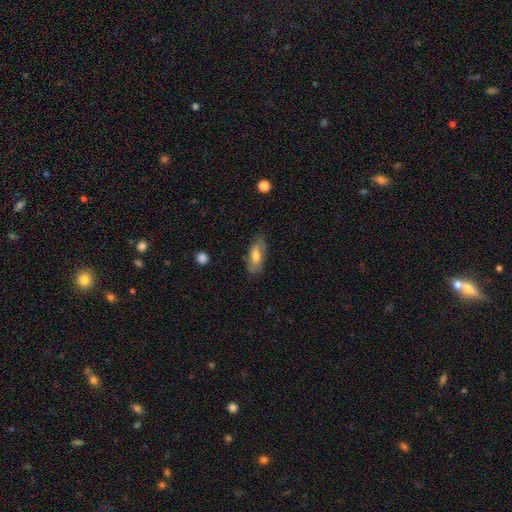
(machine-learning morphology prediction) smooth_or_featured: smooth (p=0.66) [alt: featured or disk p=0.27]
how_rounded: in between (p=0.78) [alt: cigar-shaped p=0.20]
merging: none (p=0.77) [alt: minor disturbance p=0.18]